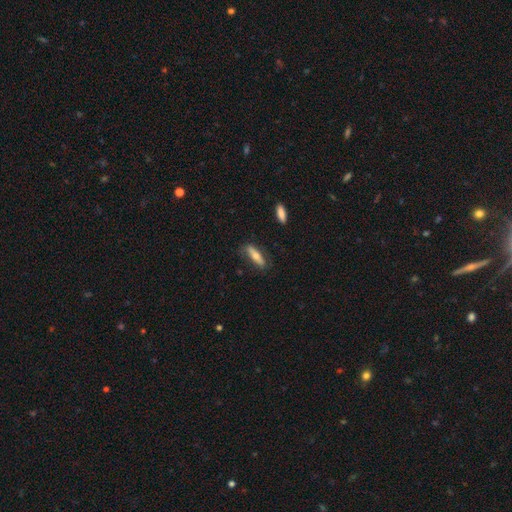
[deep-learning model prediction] This appears to be a smooth galaxy with no disk features (57%) that is cigar-shaped (68%). Merging: none (77%).